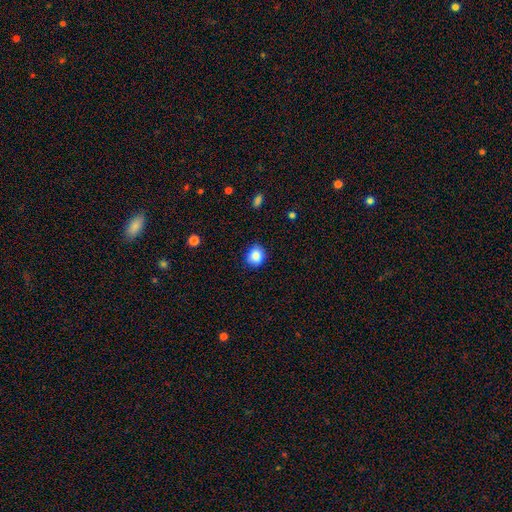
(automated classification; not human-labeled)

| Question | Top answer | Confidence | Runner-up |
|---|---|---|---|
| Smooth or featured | smooth | 85% | star or artifact (9%) |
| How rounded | round | 75% | in between (24%) |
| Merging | none | 83% | minor disturbance (13%) |